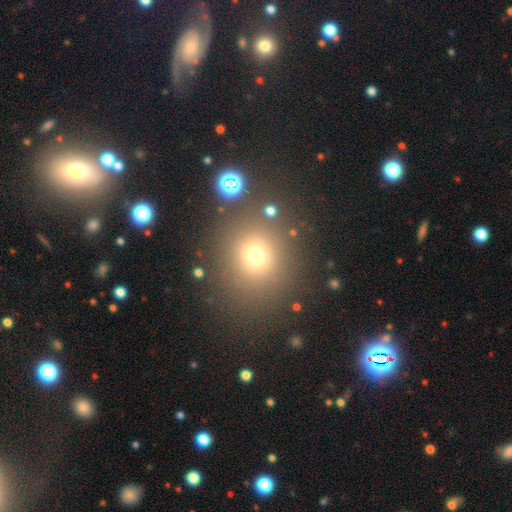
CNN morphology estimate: Smooth or featured: smooth — 68% (star or artifact — 23%)
How rounded: round — 88% (in between — 11%)
Merging: none — 83% (minor disturbance — 8%)